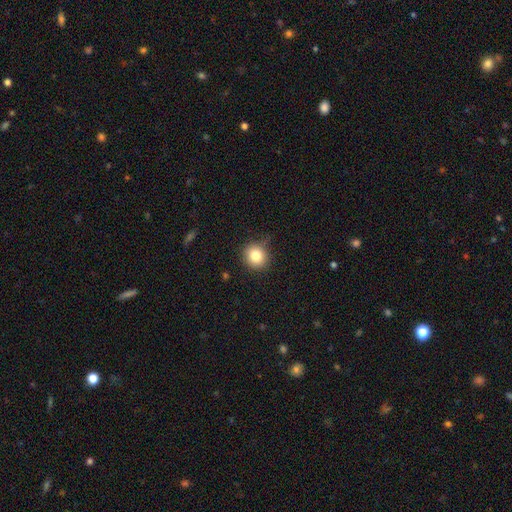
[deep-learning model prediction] Smooth or featured? smooth (81%)
How rounded? round (90%)
Merging? none (81%)